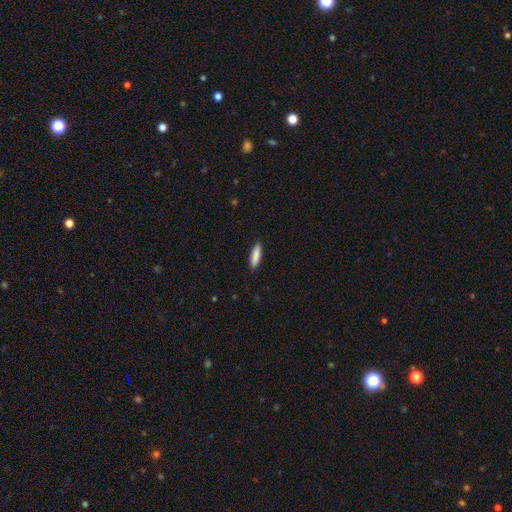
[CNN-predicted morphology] Smooth or featured? Predicted: smooth (p=0.88). How rounded? Predicted: cigar-shaped (p=0.66). Merging? Predicted: none (p=0.90).